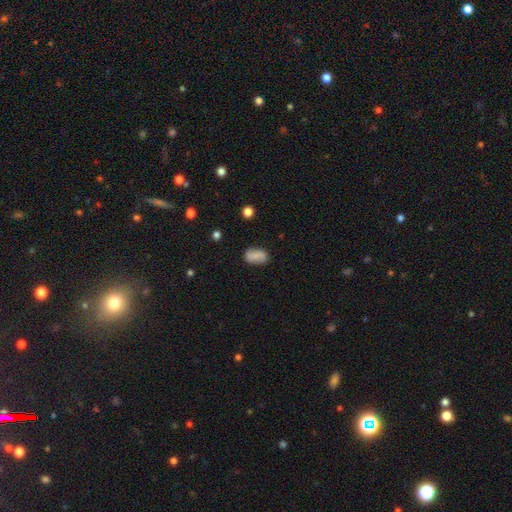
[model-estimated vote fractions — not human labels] This appears to be a smooth galaxy with no disk features (74%) that is in between round and cigar-shaped (89%). Merging: none (75%).